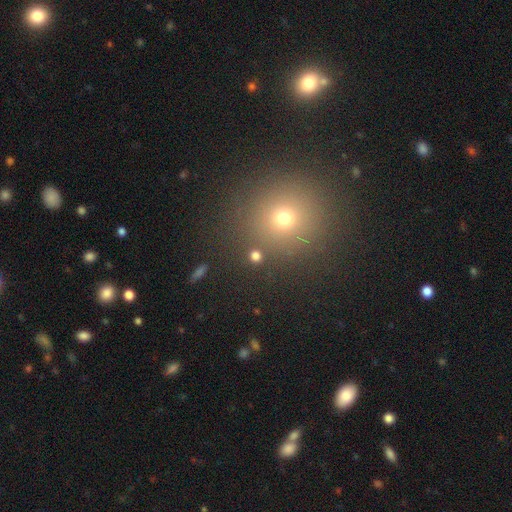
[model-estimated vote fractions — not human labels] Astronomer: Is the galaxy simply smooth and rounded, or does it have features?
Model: smooth — 75%.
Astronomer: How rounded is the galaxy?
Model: round — 89%.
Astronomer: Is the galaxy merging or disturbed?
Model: none — 85%.